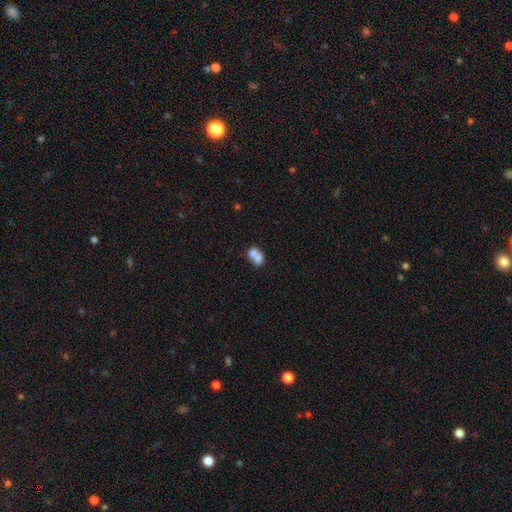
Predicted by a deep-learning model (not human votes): This is likely a smooth galaxy (70%). How rounded: possibly in between (59%). Merging: likely merger (66%).